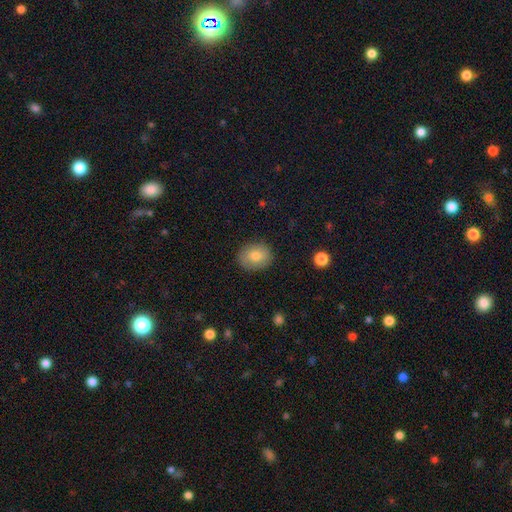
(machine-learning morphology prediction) This appears to be a smooth galaxy with no disk features (81%) that is round (54%). Merging: none (87%).